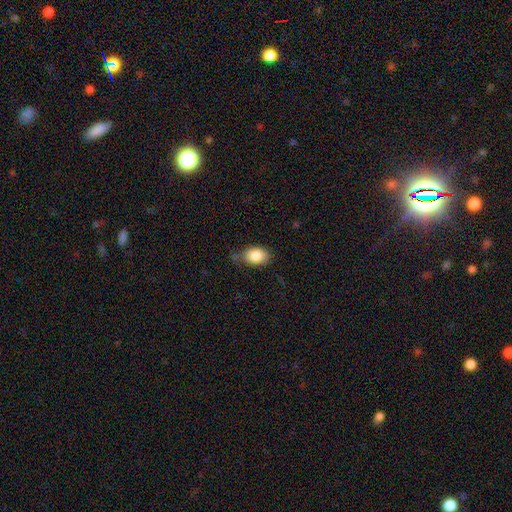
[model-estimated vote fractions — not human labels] Smooth or featured? smooth (86%)
How rounded? in between (80%)
Merging? none (61%)